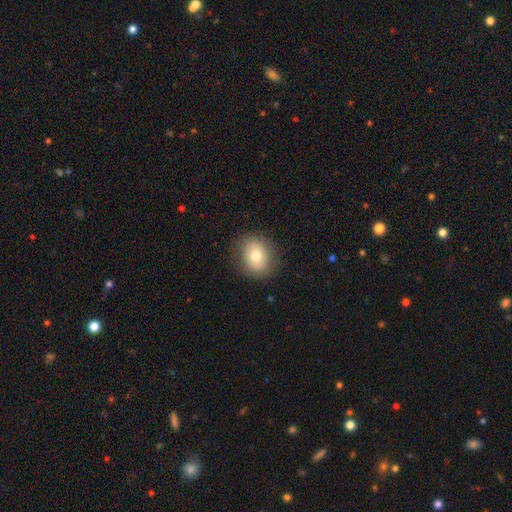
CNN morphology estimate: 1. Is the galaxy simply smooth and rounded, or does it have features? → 72% smooth, 20% featured or disk, 9% star or artifact.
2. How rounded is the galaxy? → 56% round, 43% in between, 1% cigar-shaped.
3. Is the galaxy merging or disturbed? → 84% none, 11% minor disturbance, 4% major disturbance, 1% merger.